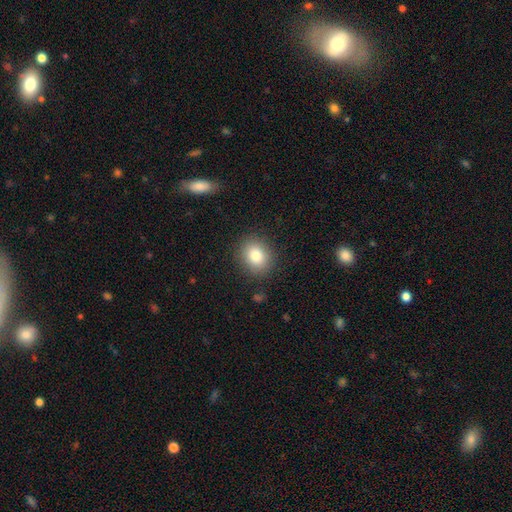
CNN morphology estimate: A smooth galaxy with no disk features (81%) that is round (70%). Merging: none (87%).